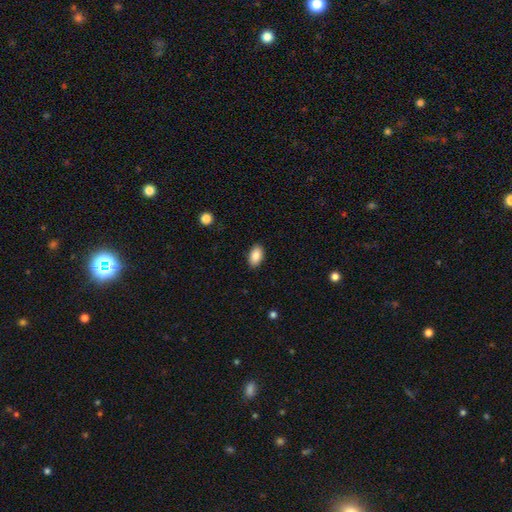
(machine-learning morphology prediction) Smooth or featured: smooth — 88% (star or artifact — 7%)
How rounded: in between — 93% (round — 6%)
Merging: none — 89% (minor disturbance — 8%)